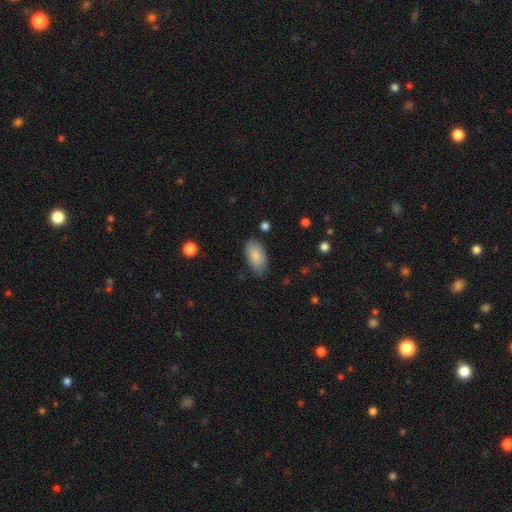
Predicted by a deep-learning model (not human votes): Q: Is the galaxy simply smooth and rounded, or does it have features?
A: smooth — 87%.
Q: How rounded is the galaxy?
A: in between — 94%.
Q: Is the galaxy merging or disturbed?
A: none — 79%.